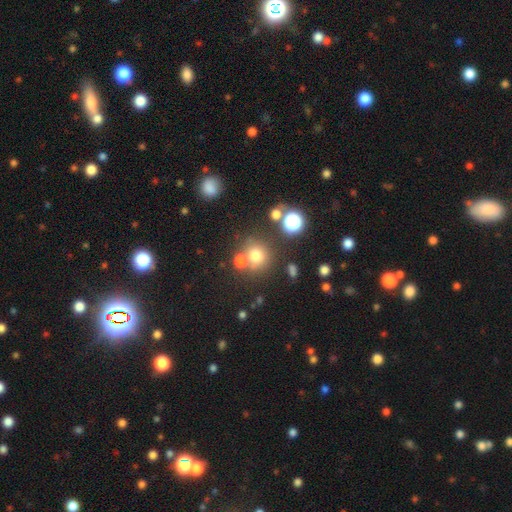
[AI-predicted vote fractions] A smooth galaxy with no disk features (70%) that is round (88%).

Vote fractions:
- Smooth or featured? smooth: 70% / star or artifact: 20% / featured or disk: 10%
- How rounded? round: 88% / in between: 11% / cigar-shaped: 1%
- Merging? none: 65% / merger: 20% / minor disturbance: 10% / major disturbance: 5%